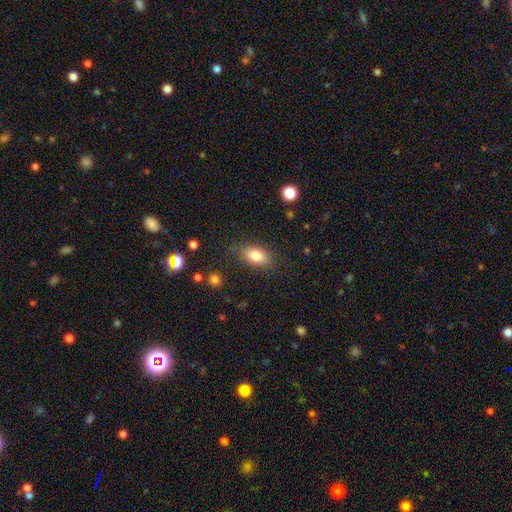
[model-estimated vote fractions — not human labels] Smooth or featured: smooth — 80% (featured or disk — 12%)
How rounded: in between — 86% (round — 8%)
Merging: none — 81% (minor disturbance — 13%)